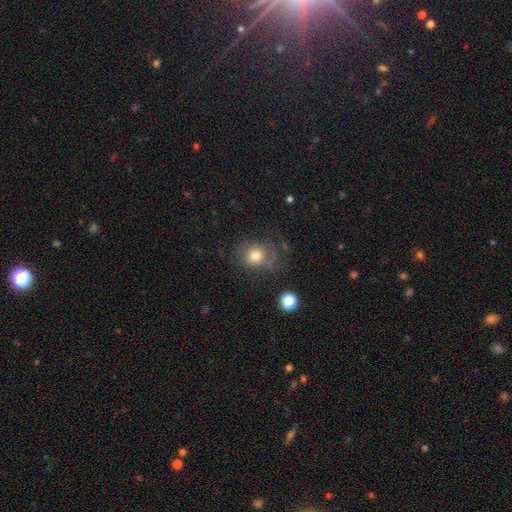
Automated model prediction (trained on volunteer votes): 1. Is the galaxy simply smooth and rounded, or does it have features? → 75% smooth, 13% featured or disk, 12% star or artifact.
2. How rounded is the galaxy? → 71% round, 28% in between, 1% cigar-shaped.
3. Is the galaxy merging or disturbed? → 64% none, 20% minor disturbance, 12% major disturbance, 3% merger.